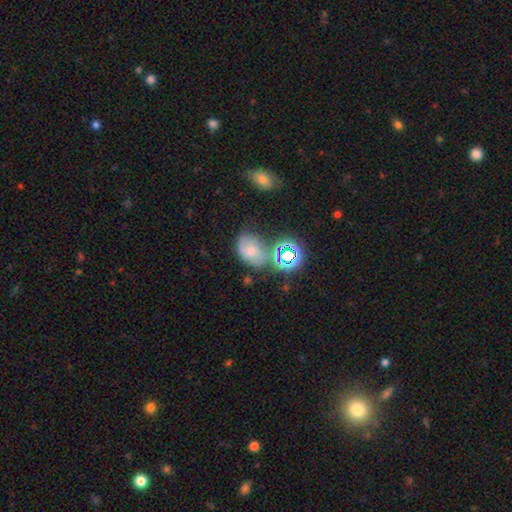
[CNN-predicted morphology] Smooth or featured? star or artifact (35%, tied with featured or disk)